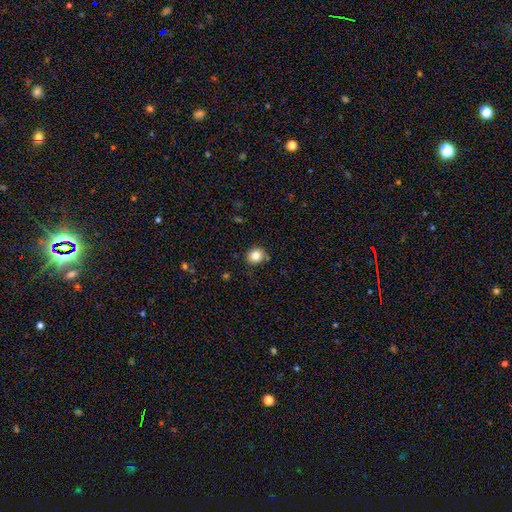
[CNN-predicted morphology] A smooth galaxy with no disk features (84%) that is round (79%).

Vote fractions:
- Smooth or featured? smooth: 84% / star or artifact: 10% / featured or disk: 6%
- How rounded? round: 79% / in between: 21% / cigar-shaped: 1%
- Merging? none: 83% / minor disturbance: 12% / major disturbance: 3% / merger: 2%